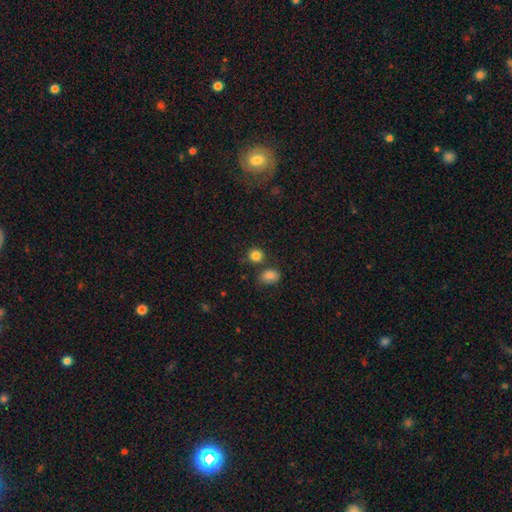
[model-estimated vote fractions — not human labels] Morphology: type=smooth (84%); roundness=round (81%); merging=none (73%).